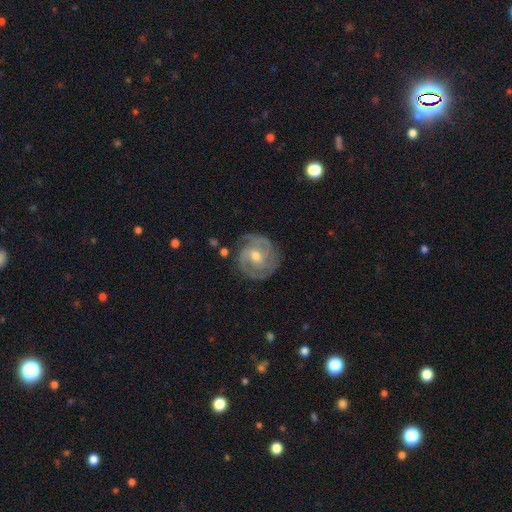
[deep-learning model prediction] The model was most divided on "bar": weak: 46%, no: 40%, strong: 14%. Remaining: edge-on disk — no (98%); spiral arms — yes (97%); smooth or featured — featured or disk (88%); merging — none (80%); bulge size — moderate (62%); spiral winding — tight (59%); spiral arm count — 3 (43%).